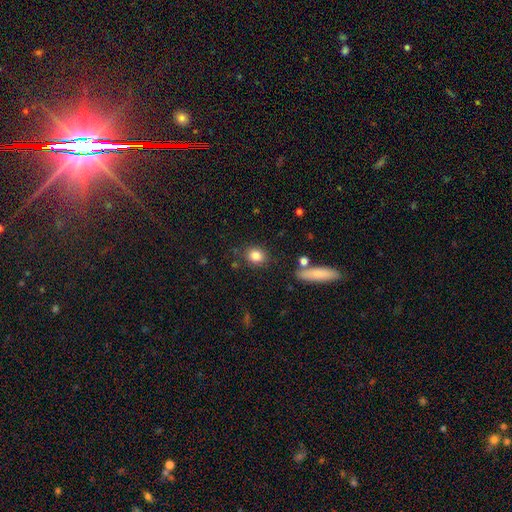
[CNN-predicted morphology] smooth-or-featured: smooth: 84% | star or artifact: 10% | featured or disk: 7%
  how-rounded: round: 62% | in between: 36% | cigar-shaped: 2%
  merging: none: 82% | minor disturbance: 10% | merger: 4% | major disturbance: 3%